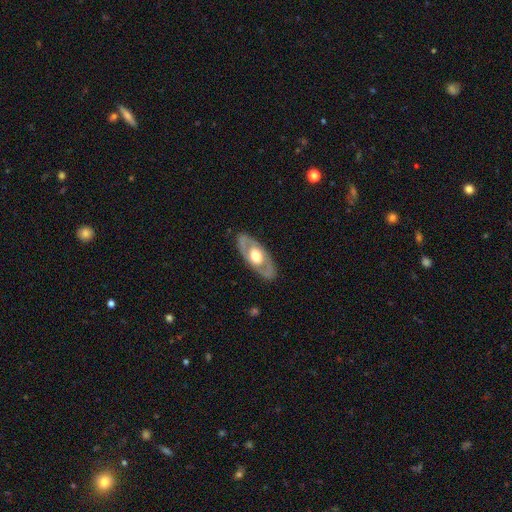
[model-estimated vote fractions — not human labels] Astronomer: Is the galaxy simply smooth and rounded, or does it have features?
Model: featured or disk — 64%.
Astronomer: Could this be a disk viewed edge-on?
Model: no — 82%.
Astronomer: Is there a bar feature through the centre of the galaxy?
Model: no — 80%.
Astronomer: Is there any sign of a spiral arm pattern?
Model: no — 71%.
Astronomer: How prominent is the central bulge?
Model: moderate — 57% (runner-up: large, 36%).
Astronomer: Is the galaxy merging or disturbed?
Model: none — 85%.